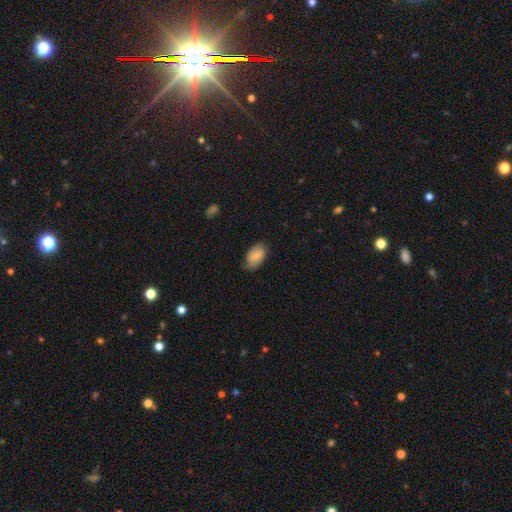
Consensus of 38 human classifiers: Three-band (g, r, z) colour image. It shows a smooth galaxy with no disk features (79%) that is in between round and cigar-shaped (93%). Merging: none (74%).